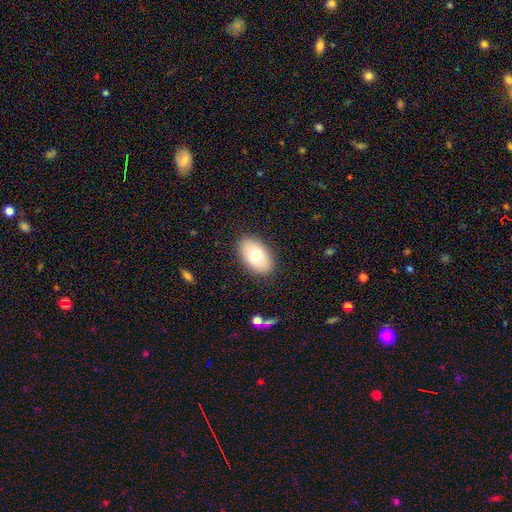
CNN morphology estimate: A smooth galaxy with no disk features (72%) that is in between round and cigar-shaped (92%).

Vote fractions:
- Smooth or featured? smooth: 72% / featured or disk: 21% / star or artifact: 7%
- How rounded? in between: 92% / round: 7% / cigar-shaped: 1%
- Merging? none: 87% / minor disturbance: 9% / major disturbance: 3% / merger: 1%